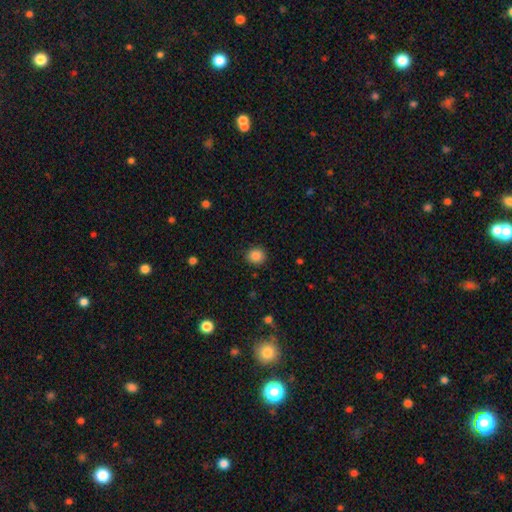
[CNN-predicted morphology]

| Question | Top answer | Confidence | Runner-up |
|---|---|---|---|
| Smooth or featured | smooth | 87% | star or artifact (10%) |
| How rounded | round | 83% | in between (17%) |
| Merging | none | 89% | minor disturbance (7%) |